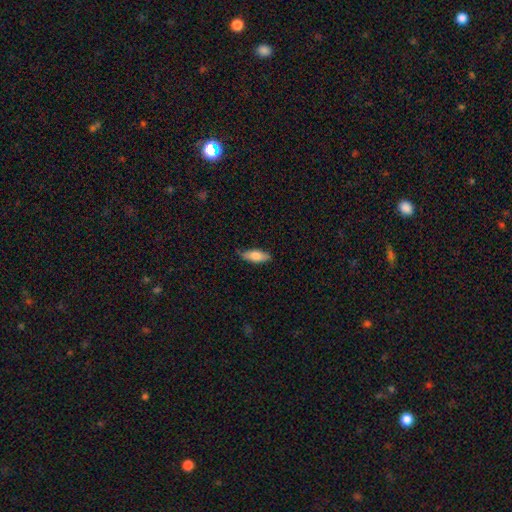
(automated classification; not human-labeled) A smooth galaxy with no disk features (77%) that is in between round and cigar-shaped (73%). Merging: none (80%).